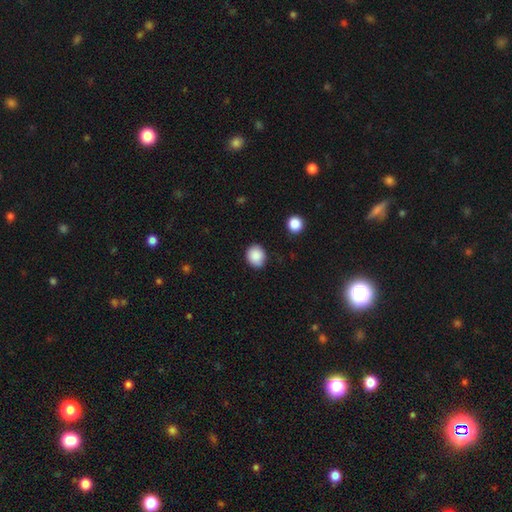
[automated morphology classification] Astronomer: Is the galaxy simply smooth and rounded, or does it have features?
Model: smooth — 88%.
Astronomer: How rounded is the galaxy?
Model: round — 70%.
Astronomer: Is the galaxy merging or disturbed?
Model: none — 85%.